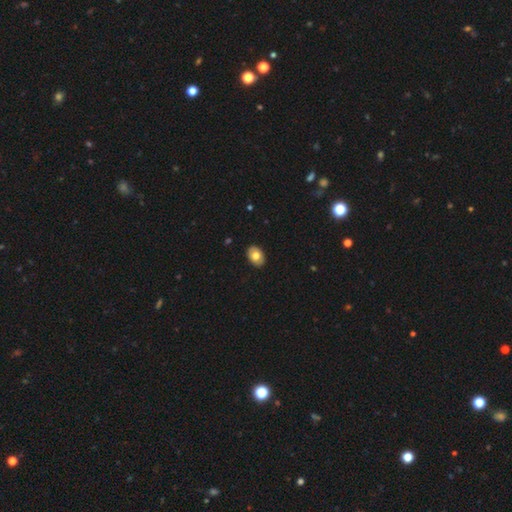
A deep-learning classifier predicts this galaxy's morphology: smooth-or-featured: smooth: 74% | featured or disk: 19% | star or artifact: 7%
  how-rounded: in between: 83% | round: 16% | cigar-shaped: 1%
  merging: none: 89% | minor disturbance: 8% | major disturbance: 2% | merger: 1%